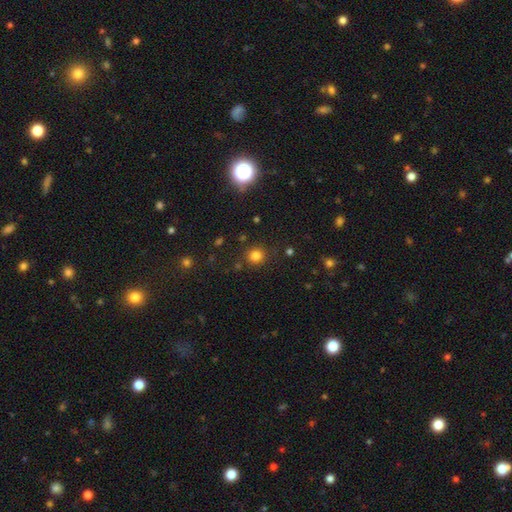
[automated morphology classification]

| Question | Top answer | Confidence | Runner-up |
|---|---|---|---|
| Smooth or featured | smooth | 79% | star or artifact (15%) |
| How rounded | round | 89% | in between (10%) |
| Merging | none | 86% | minor disturbance (8%) |